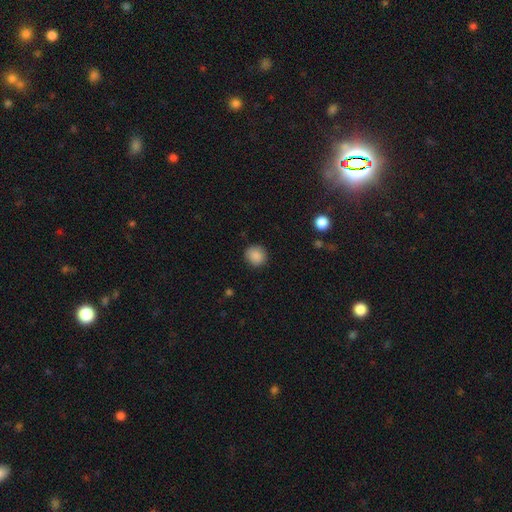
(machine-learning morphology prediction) smooth 88%, star or artifact 9%, featured or disk 3%. Down the decision tree: how rounded — round (90%); merging — none (89%).